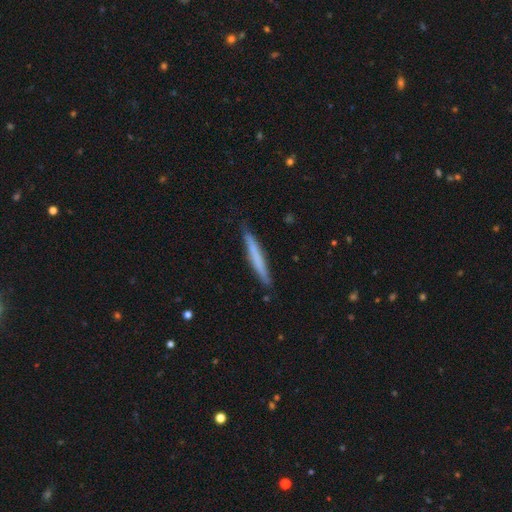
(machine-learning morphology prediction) smooth-or-featured: smooth: 60% | featured or disk: 34% | star or artifact: 6%
  how-rounded: cigar-shaped: 97% | in between: 2% | round: 1%
  merging: none: 88% | minor disturbance: 9% | major disturbance: 2% | merger: 1%